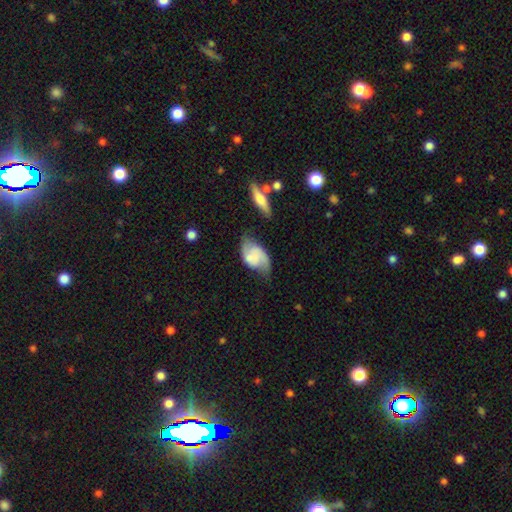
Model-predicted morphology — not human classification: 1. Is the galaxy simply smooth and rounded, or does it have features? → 60% featured or disk, 33% smooth, 7% star or artifact.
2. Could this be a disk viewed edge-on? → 95% no, 5% yes.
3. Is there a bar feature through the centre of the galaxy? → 63% no, 30% weak, 7% strong.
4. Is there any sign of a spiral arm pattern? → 86% yes, 14% no.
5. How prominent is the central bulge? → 39% none, 37% small, 17% moderate, 5% large, 2% dominant.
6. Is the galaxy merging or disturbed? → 43% none, 31% minor disturbance, 16% major disturbance, 11% merger.